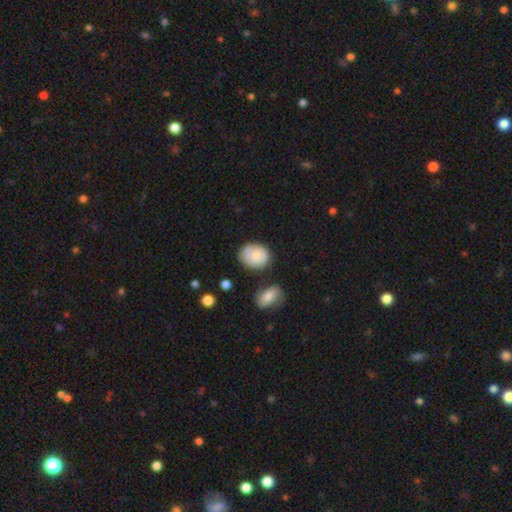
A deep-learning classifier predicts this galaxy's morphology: Smooth or featured? smooth (77%)
How rounded? round (51%)
Merging? none (62%)